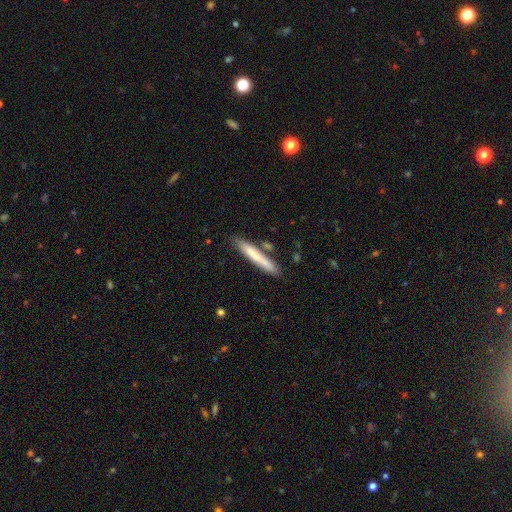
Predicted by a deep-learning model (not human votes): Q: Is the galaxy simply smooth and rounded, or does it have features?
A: smooth — 71%.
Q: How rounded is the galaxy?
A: cigar-shaped — 95%.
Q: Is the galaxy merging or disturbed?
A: none — 79%.